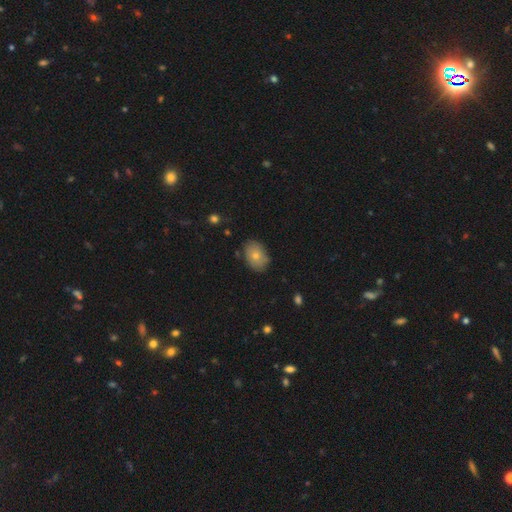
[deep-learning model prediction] A smooth galaxy with no disk features (73%) that is in between round and cigar-shaped (78%).

Vote fractions:
- Smooth or featured? smooth: 73% / featured or disk: 19% / star or artifact: 8%
- How rounded? in between: 78% / round: 21% / cigar-shaped: 1%
- Merging? none: 79% / minor disturbance: 17% / major disturbance: 3% / merger: 2%